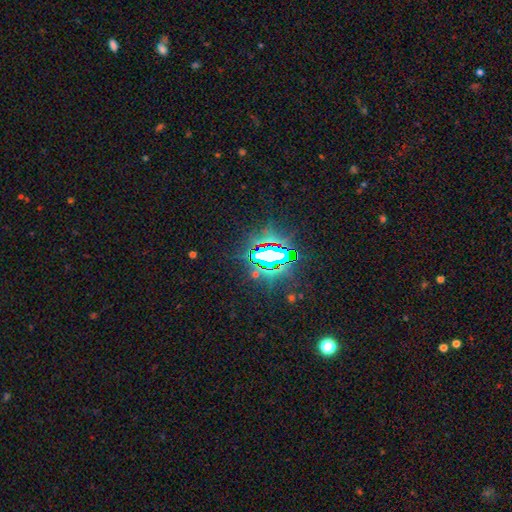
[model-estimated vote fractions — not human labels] Morphology: type=star or artifact (80%).